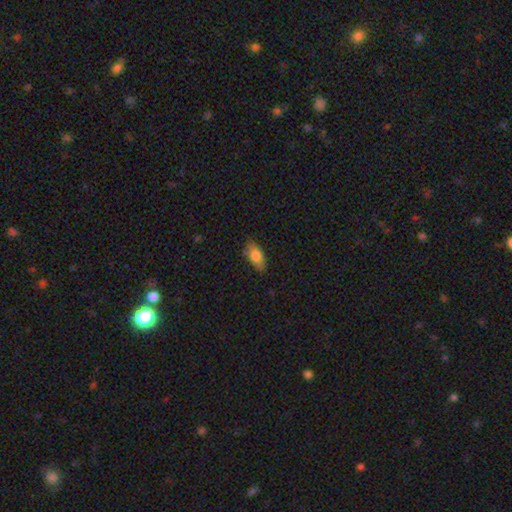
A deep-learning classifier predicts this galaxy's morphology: smooth-or-featured: smooth: 74% | featured or disk: 19% | star or artifact: 7%
  how-rounded: in between: 82% | cigar-shaped: 14% | round: 4%
  merging: none: 80% | minor disturbance: 16% | major disturbance: 3% | merger: 1%